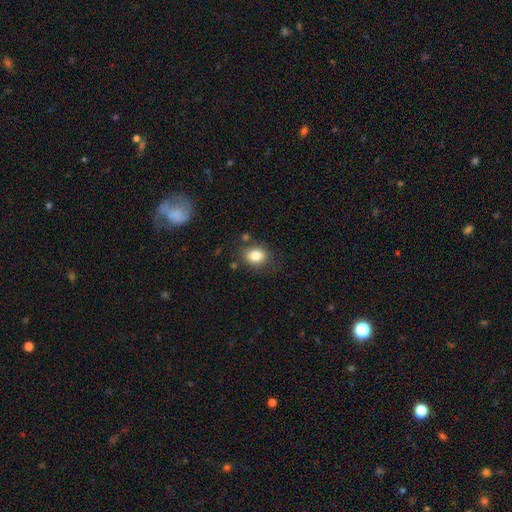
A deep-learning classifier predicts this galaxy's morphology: smooth 82%, star or artifact 10%, featured or disk 8%. Down the decision tree: how rounded — in between (57%); merging — none (77%).